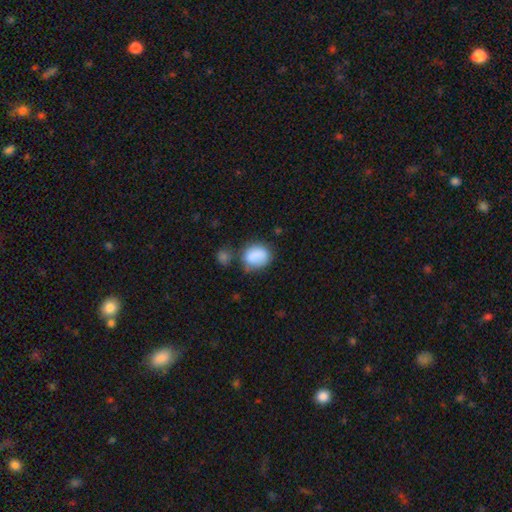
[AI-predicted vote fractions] This is clearly a smooth galaxy (83%). How rounded: possibly round (57%). Merging: possibly none (52%).